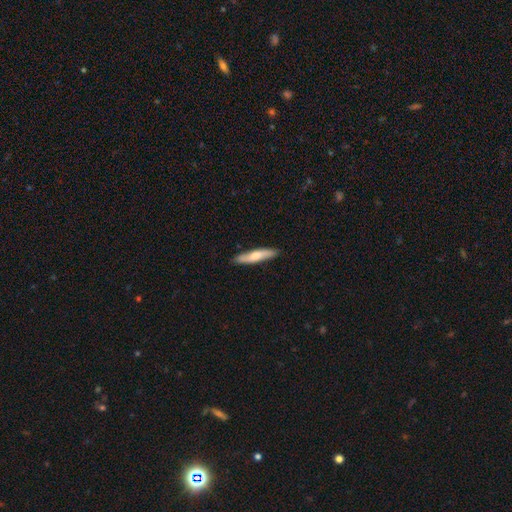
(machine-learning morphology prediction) A smooth galaxy with no disk features (65%) that is cigar-shaped (87%).

Vote fractions:
- Smooth or featured? smooth: 65% / featured or disk: 30% / star or artifact: 5%
- How rounded? cigar-shaped: 87% / in between: 12% / round: 1%
- Merging? none: 87% / minor disturbance: 10% / major disturbance: 2% / merger: 1%